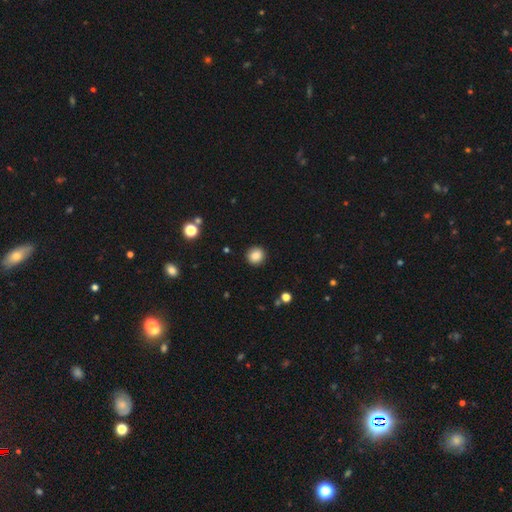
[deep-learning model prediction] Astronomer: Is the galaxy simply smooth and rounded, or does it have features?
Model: smooth — 86%.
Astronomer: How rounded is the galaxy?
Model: round — 92%.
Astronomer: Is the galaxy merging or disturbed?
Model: none — 92%.